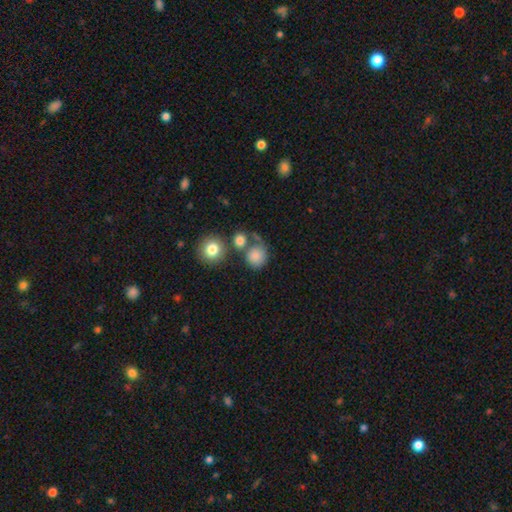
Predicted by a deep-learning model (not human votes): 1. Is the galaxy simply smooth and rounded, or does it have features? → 81% smooth, 9% featured or disk, 9% star or artifact.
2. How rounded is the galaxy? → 80% round, 19% in between, 1% cigar-shaped.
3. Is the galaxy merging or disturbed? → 50% none, 23% merger, 16% minor disturbance, 11% major disturbance.